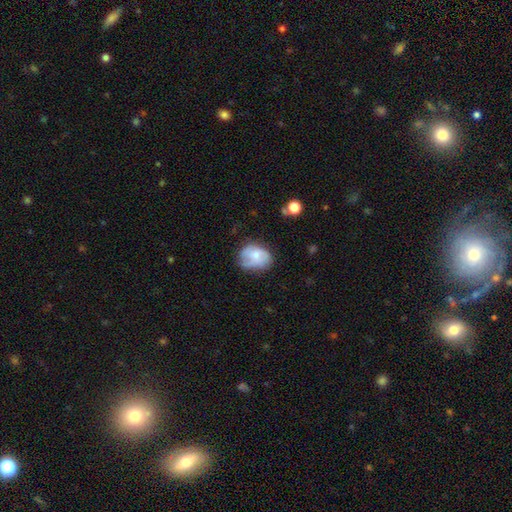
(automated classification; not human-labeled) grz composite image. It shows a smooth galaxy with no disk features (53%) that is in between round and cigar-shaped (56%). Merging: none (51%).